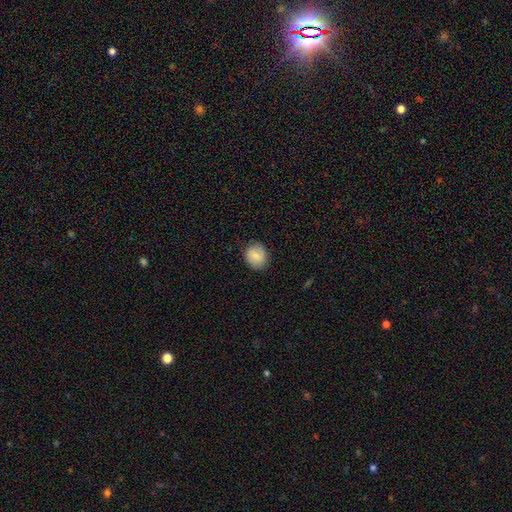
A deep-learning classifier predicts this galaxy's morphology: Smooth or featured? Predicted: smooth (p=0.78). How rounded? Predicted: round (p=0.74). Merging? Predicted: none (p=0.85).